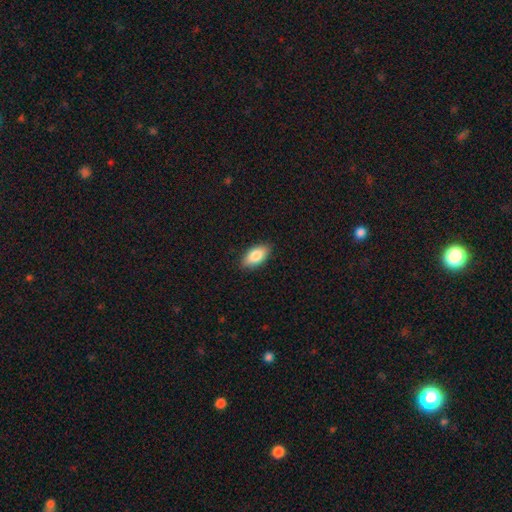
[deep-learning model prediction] smooth_or_featured: smooth (p=0.84) [alt: featured or disk p=0.09]
how_rounded: in between (p=0.92) [alt: cigar-shaped p=0.05]
merging: none (p=0.88) [alt: minor disturbance p=0.09]